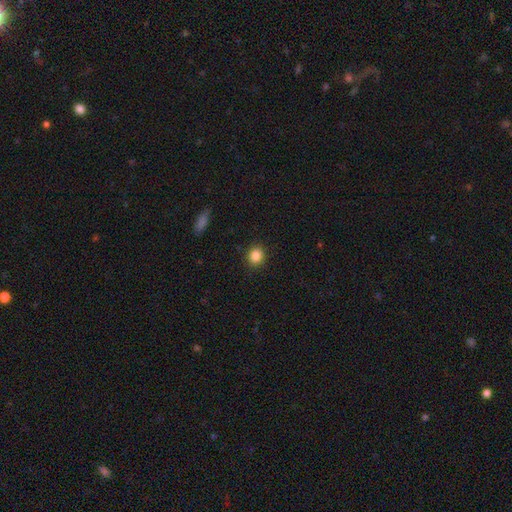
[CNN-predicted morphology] Q: Smooth or featured?
A: smooth (86%); runner-up: star or artifact (10%)
Q: How rounded?
A: round (77%); runner-up: in between (22%)
Q: Merging?
A: none (91%); runner-up: minor disturbance (6%)